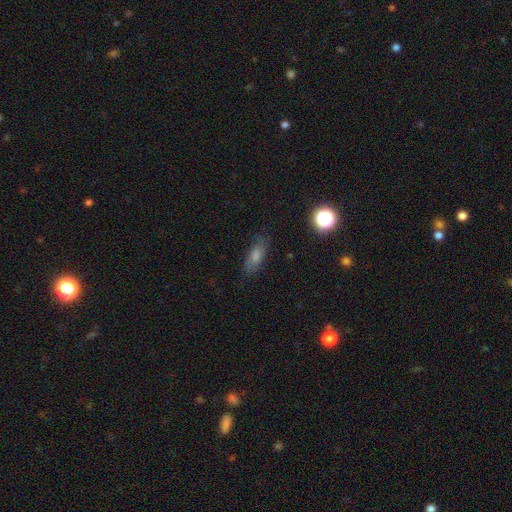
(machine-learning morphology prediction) A smooth galaxy with no disk features (61%) that is in between round and cigar-shaped (63%).

Vote fractions:
- Smooth or featured? smooth: 61% / featured or disk: 23% / star or artifact: 16%
- How rounded? in between: 63% / cigar-shaped: 30% / round: 7%
- Merging? none: 81% / minor disturbance: 14% / major disturbance: 4% / merger: 1%